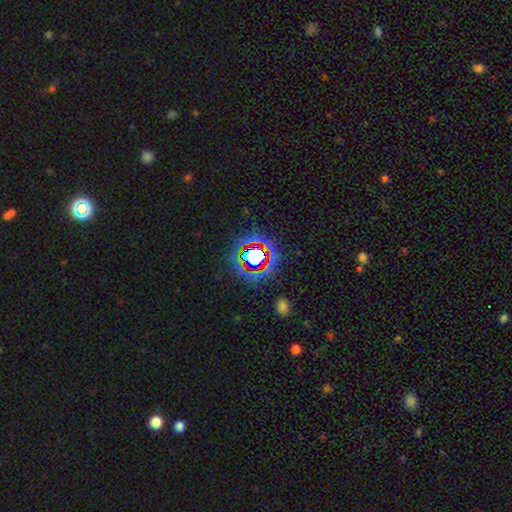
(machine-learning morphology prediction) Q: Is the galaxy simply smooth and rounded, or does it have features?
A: star or artifact — 66%.